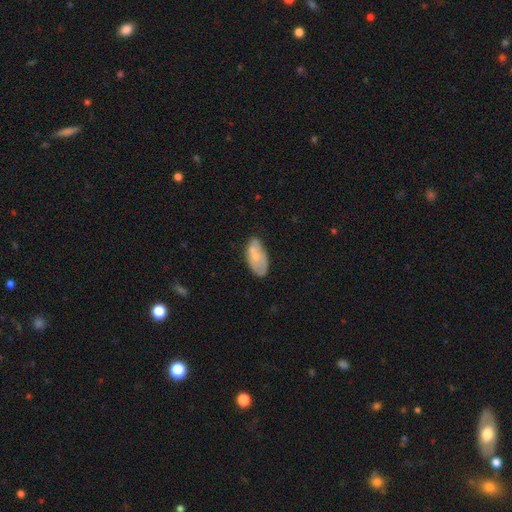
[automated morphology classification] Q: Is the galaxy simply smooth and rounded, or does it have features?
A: smooth — 59%.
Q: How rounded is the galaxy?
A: in between — 92%.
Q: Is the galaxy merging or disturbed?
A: none — 56%.